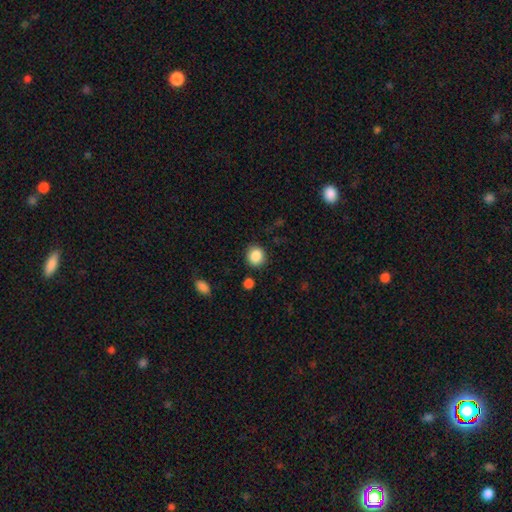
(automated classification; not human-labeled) Q: Smooth or featured?
A: smooth (87%); runner-up: star or artifact (9%)
Q: How rounded?
A: round (85%); runner-up: in between (14%)
Q: Merging?
A: none (86%); runner-up: minor disturbance (8%)